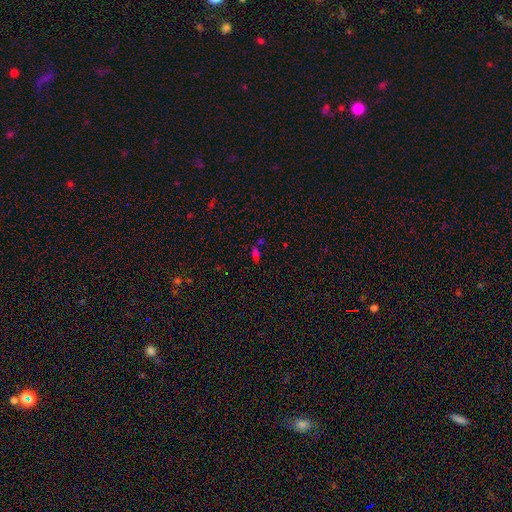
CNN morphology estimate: This appears to be a smooth galaxy with no disk features (51%) that is in between round and cigar-shaped (78%). Merging: none (60%).